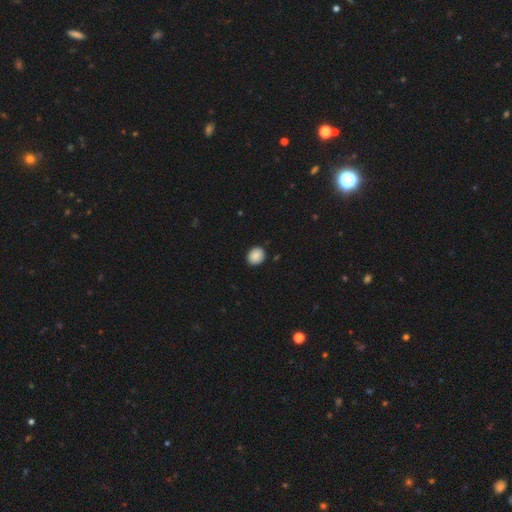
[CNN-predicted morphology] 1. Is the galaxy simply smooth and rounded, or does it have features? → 88% smooth, 8% star or artifact, 3% featured or disk.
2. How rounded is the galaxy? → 71% round, 28% in between, 1% cigar-shaped.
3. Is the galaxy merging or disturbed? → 89% none, 8% minor disturbance, 2% major disturbance, 1% merger.